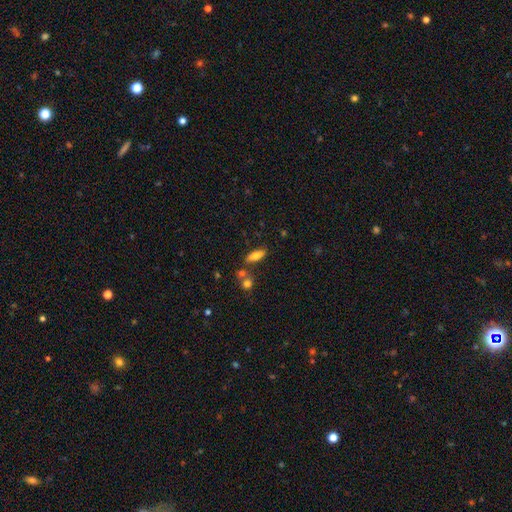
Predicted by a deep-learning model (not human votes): Smooth or featured?
  - smooth: 76% *
  - featured or disk: 15%
  - star or artifact: 9%
How rounded?
  - in between: 67% *
  - cigar-shaped: 30%
  - round: 3%
Merging?
  - none: 70% *
  - minor disturbance: 13%
  - merger: 13%
  - major disturbance: 4%